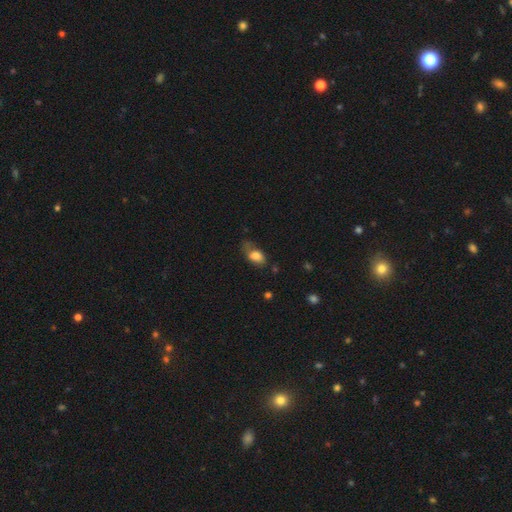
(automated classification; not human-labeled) Smooth or featured: smooth — 79% (featured or disk — 12%)
How rounded: in between — 83% (round — 14%)
Merging: none — 40% (minor disturbance — 35%)